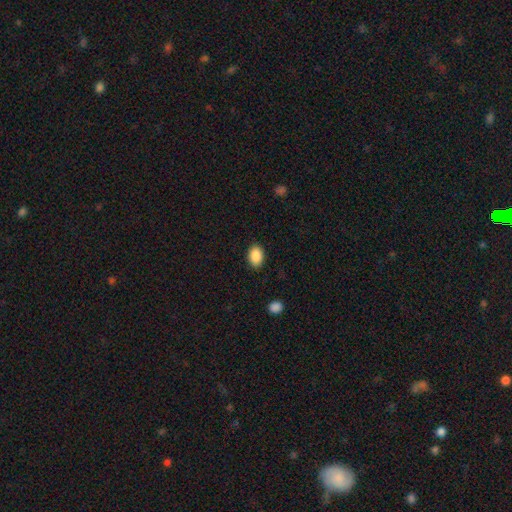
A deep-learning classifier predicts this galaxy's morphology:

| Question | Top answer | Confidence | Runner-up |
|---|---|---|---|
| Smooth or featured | smooth | 89% | star or artifact (8%) |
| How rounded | in between | 81% | round (18%) |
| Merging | none | 89% | minor disturbance (8%) |